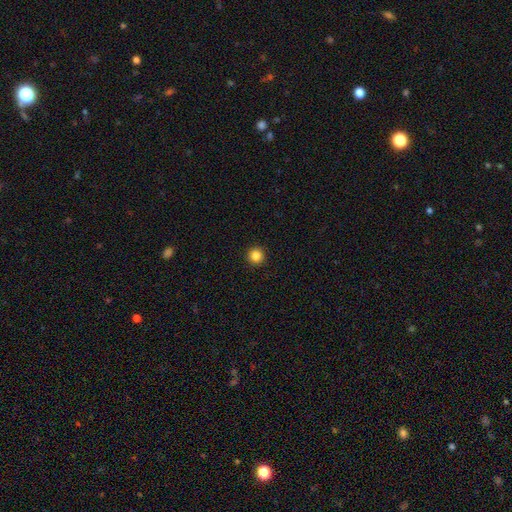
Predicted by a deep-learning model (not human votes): smooth 84%, star or artifact 11%, featured or disk 5%. Down the decision tree: how rounded — round (96%); merging — none (94%).